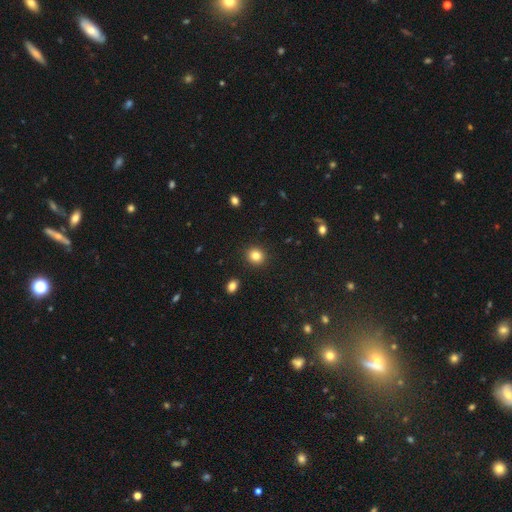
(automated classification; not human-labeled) Morphology: type=smooth (84%); roundness=round (85%); merging=none (92%).